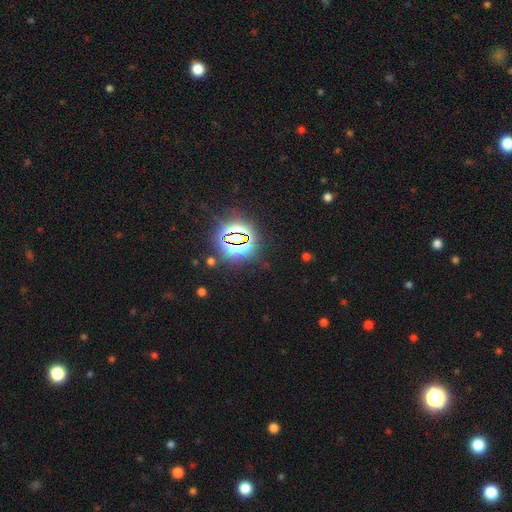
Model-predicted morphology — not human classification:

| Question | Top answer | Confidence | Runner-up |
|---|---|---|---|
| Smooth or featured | star or artifact | 85% | smooth (9%) |